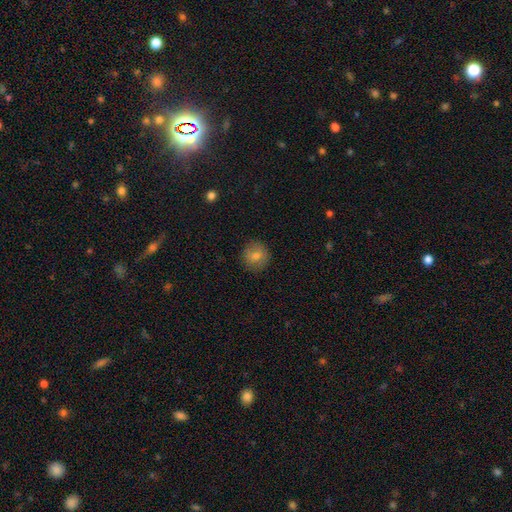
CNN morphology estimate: smooth 79%, featured or disk 12%, star or artifact 10%. Down the decision tree: how rounded — round (91%); merging — none (88%).